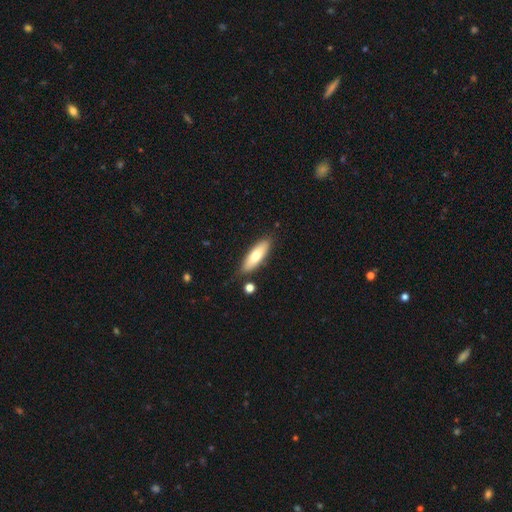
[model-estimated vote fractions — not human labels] Q: Smooth or featured?
A: smooth (70%); runner-up: featured or disk (24%)
Q: How rounded?
A: in between (53%); runner-up: cigar-shaped (45%)
Q: Merging?
A: none (82%); runner-up: minor disturbance (12%)